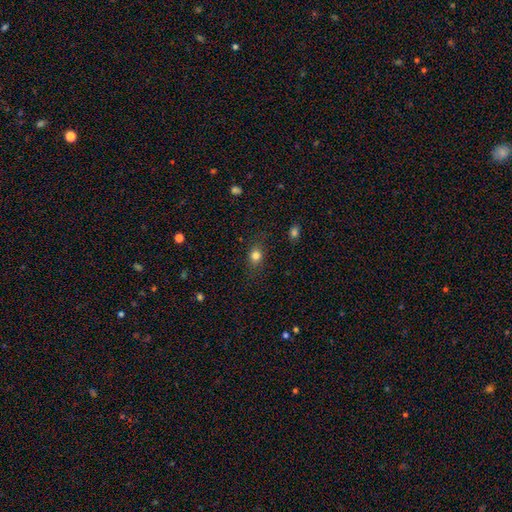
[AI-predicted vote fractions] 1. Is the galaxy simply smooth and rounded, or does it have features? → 79% smooth, 12% star or artifact, 9% featured or disk.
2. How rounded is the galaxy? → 51% round, 46% in between, 3% cigar-shaped.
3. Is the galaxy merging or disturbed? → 81% none, 14% minor disturbance, 4% major disturbance, 1% merger.